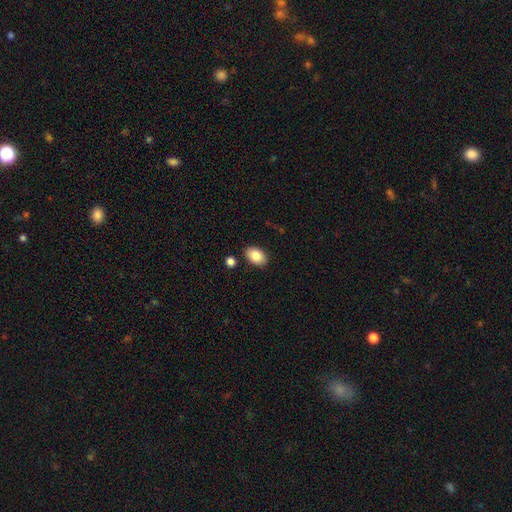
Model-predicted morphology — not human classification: A smooth galaxy with no disk features (85%) that is in between round and cigar-shaped (86%).

Vote fractions:
- Smooth or featured? smooth: 85% / featured or disk: 8% / star or artifact: 8%
- How rounded? in between: 86% / round: 13% / cigar-shaped: 1%
- Merging? none: 86% / minor disturbance: 9% / merger: 3% / major disturbance: 2%